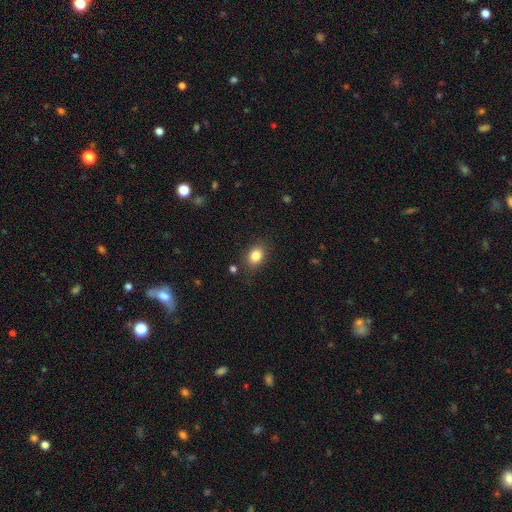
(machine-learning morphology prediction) Overall: smooth (84%). How rounded: in between (63%; round 36%). Merging: none (82%).